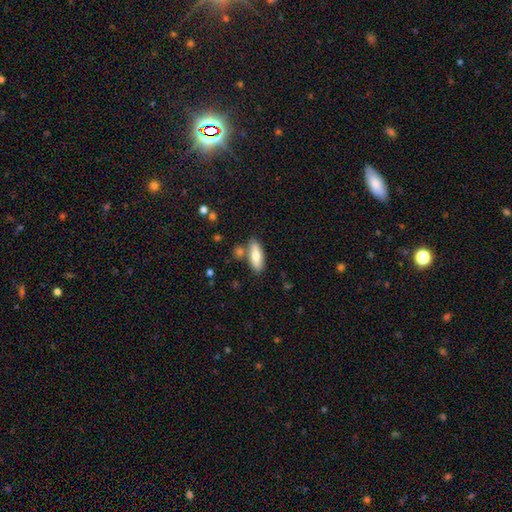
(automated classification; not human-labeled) Smooth or featured?
  - smooth: 73% *
  - featured or disk: 20%
  - star or artifact: 6%
How rounded?
  - in between: 69% *
  - cigar-shaped: 29%
  - round: 2%
Merging?
  - none: 75% *
  - minor disturbance: 13%
  - merger: 9%
  - major disturbance: 3%